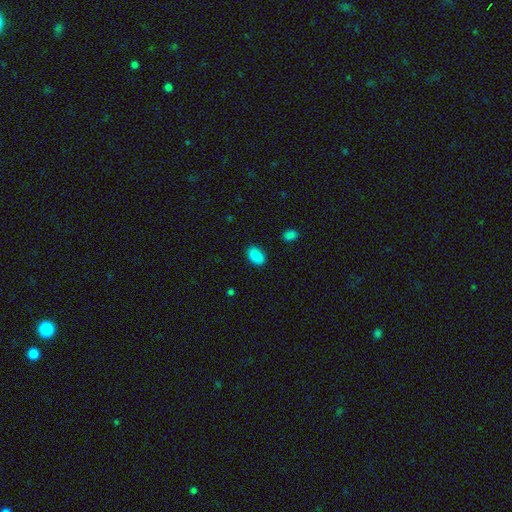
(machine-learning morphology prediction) A smooth galaxy with no disk features (89%) that is in between round and cigar-shaped (90%).

Vote fractions:
- Smooth or featured? smooth: 89% / star or artifact: 8% / featured or disk: 3%
- How rounded? in between: 90% / round: 9% / cigar-shaped: 1%
- Merging? none: 87% / minor disturbance: 9% / major disturbance: 3% / merger: 1%